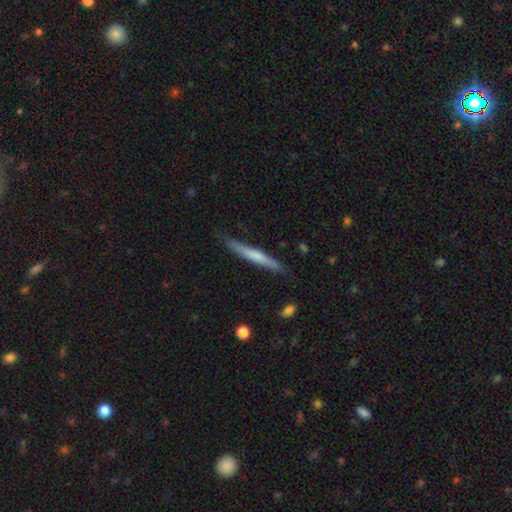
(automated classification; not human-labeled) A smooth galaxy with no disk features (56%) that is cigar-shaped (96%).

Vote fractions:
- Smooth or featured? smooth: 56% / featured or disk: 39% / star or artifact: 5%
- How rounded? cigar-shaped: 96% / in between: 3% / round: 1%
- Merging? none: 80% / minor disturbance: 16% / major disturbance: 2% / merger: 2%